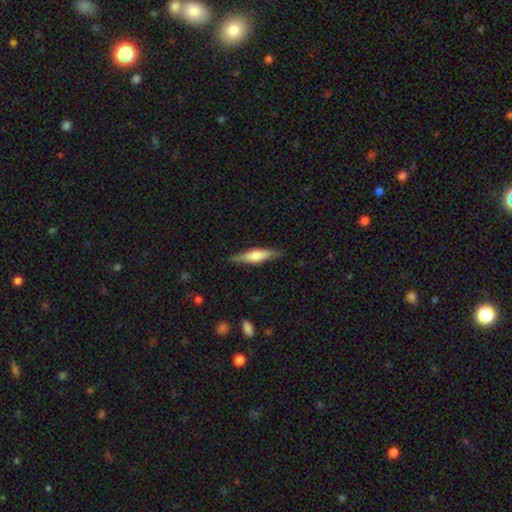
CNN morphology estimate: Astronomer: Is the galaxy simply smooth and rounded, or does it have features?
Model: featured or disk — 52% (runner-up: smooth, 42%).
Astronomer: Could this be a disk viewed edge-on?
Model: yes — 95%.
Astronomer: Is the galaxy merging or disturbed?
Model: none — 86%.